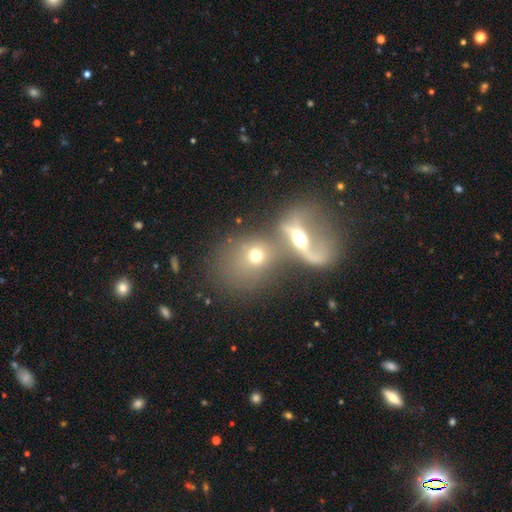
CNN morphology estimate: Smooth or featured? Predicted: smooth (p=0.55). How rounded? Predicted: round (p=0.55). Merging? Predicted: merger (p=0.67).